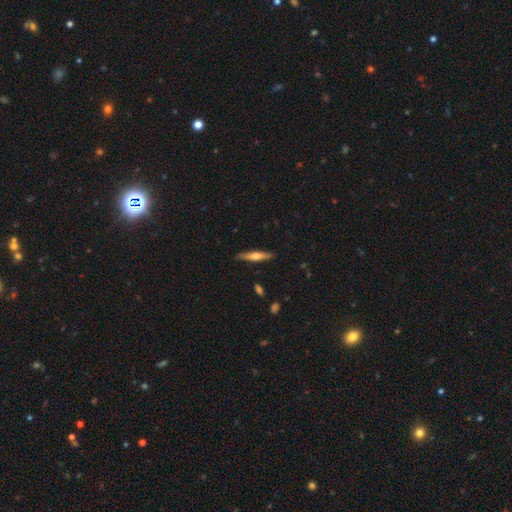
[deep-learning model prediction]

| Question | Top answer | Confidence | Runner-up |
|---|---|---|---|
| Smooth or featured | featured or disk | 50% | smooth (44%) |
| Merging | none | 88% | minor disturbance (9%) |